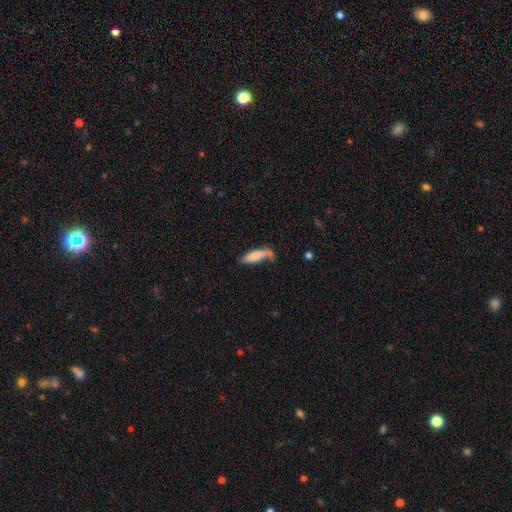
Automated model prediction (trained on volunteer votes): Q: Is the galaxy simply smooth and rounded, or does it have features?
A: smooth — 76%.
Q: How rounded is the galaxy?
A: cigar-shaped — 62%.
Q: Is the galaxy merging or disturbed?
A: none — 47%.